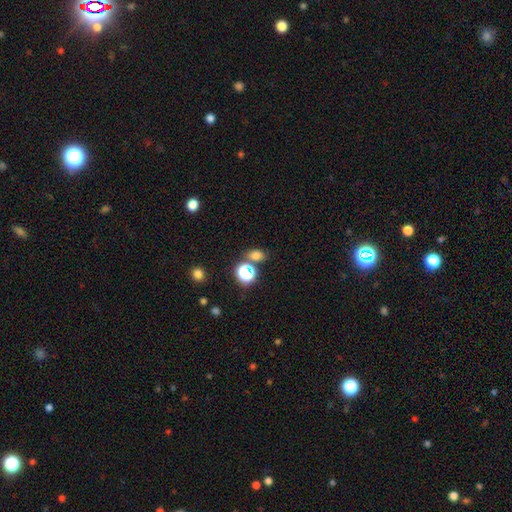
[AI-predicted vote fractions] This is likely a smooth galaxy (70%). How rounded: possibly in between (59%). Merging: likely none (69%).